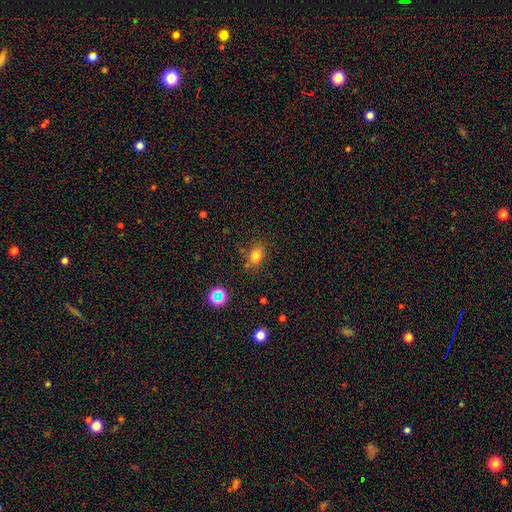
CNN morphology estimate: A smooth galaxy with no disk features (74%) that is in between round and cigar-shaped (66%). Merging: none (75%).